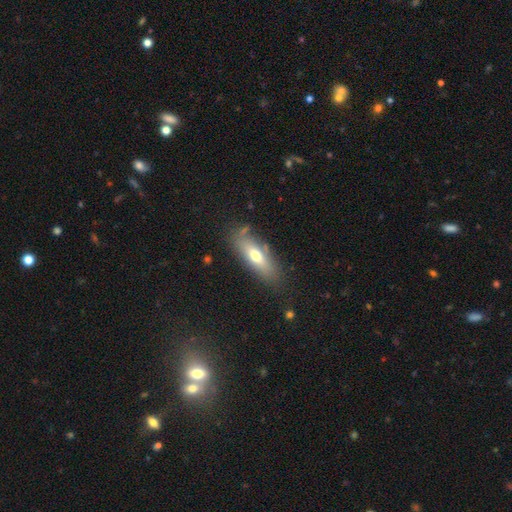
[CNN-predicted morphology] A smooth galaxy with no disk features (62%) that is in between round and cigar-shaped (63%).

Vote fractions:
- Smooth or featured? smooth: 62% / featured or disk: 30% / star or artifact: 8%
- How rounded? in between: 63% / cigar-shaped: 34% / round: 3%
- Merging? none: 75% / minor disturbance: 16% / major disturbance: 5% / merger: 4%